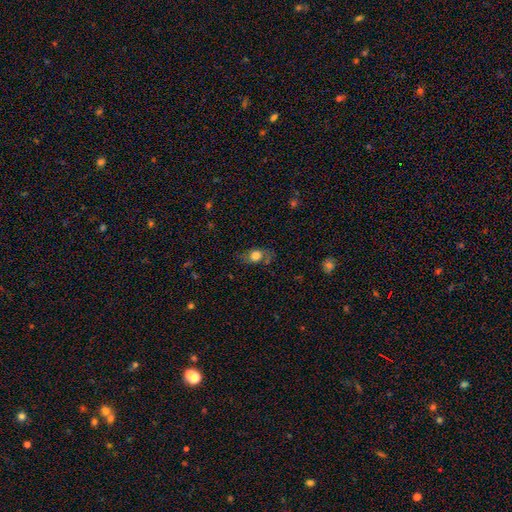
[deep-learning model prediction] Smooth or featured? Predicted: smooth (p=0.68). How rounded? Predicted: in between (p=0.70). Merging? Predicted: none (p=0.67).